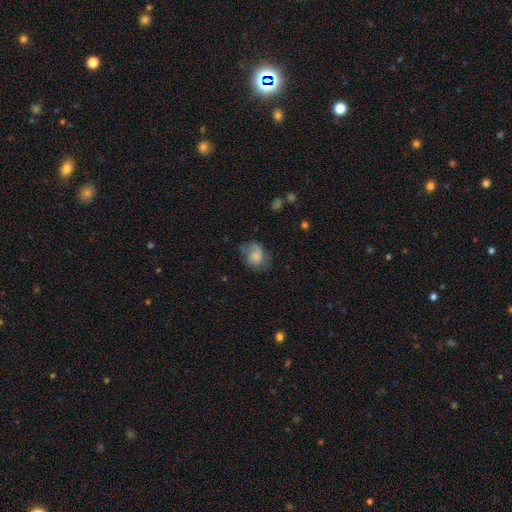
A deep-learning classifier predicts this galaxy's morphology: type=smooth (68%); roundness=in between (52%); merging=none (49%).